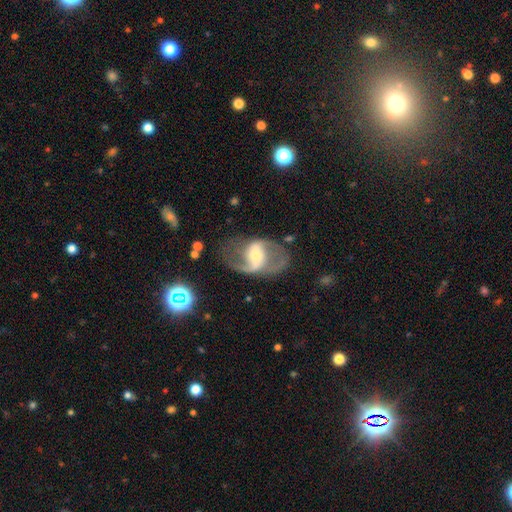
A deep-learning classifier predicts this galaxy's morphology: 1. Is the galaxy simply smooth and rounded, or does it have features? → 82% featured or disk, 12% smooth, 6% star or artifact.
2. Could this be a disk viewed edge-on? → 96% no, 4% yes.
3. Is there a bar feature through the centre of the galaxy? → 39% strong, 38% weak, 23% no.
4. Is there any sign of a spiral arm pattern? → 88% yes, 12% no.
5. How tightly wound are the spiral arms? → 51% loose, 40% medium, 9% tight.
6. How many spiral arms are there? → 86% 2, 6% 1, 5% can't tell, 1% 3, 1% 4, 1% more than 4.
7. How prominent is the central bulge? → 47% moderate, 40% small, 9% large, 2% none, 2% dominant.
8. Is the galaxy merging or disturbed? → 62% none, 18% major disturbance, 17% minor disturbance, 3% merger.